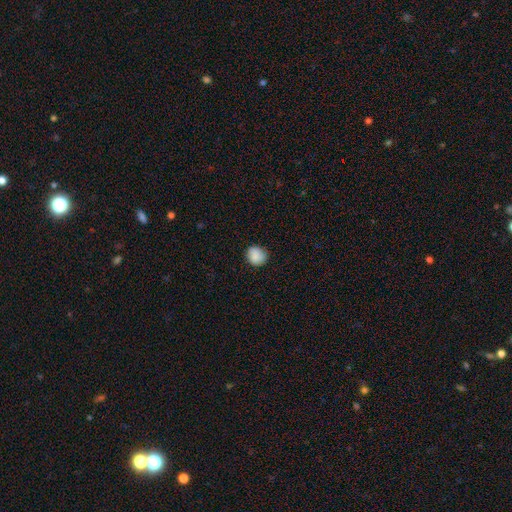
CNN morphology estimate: smooth 88%, star or artifact 8%, featured or disk 4%. Down the decision tree: how rounded — round (83%); merging — none (85%).